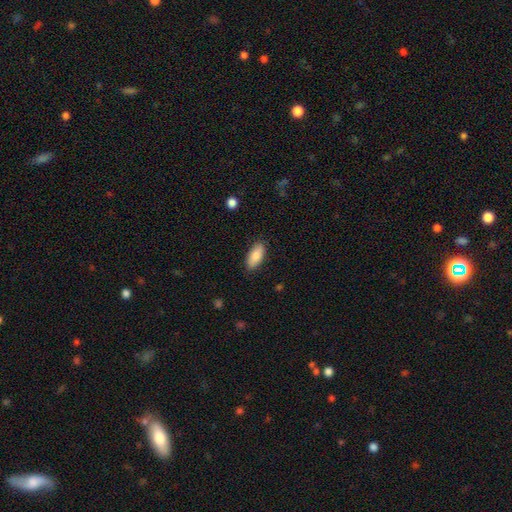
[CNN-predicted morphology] Q: Smooth or featured?
A: smooth (86%); runner-up: featured or disk (8%)
Q: How rounded?
A: in between (85%); runner-up: cigar-shaped (13%)
Q: Merging?
A: none (86%); runner-up: minor disturbance (11%)